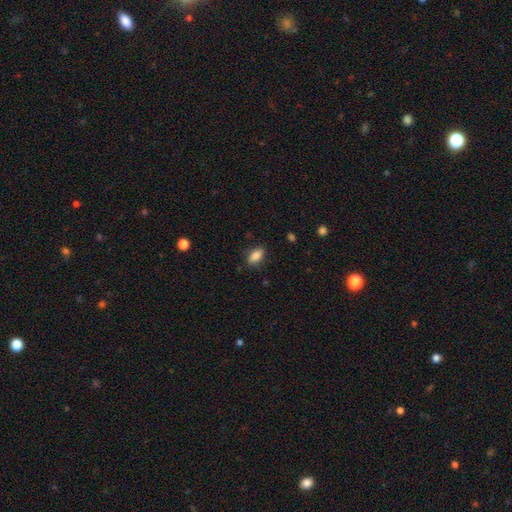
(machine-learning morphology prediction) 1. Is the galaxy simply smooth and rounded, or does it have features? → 86% smooth, 8% star or artifact, 6% featured or disk.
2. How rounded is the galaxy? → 88% in between, 7% round, 5% cigar-shaped.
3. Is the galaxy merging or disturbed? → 85% none, 11% minor disturbance, 3% major disturbance, 1% merger.